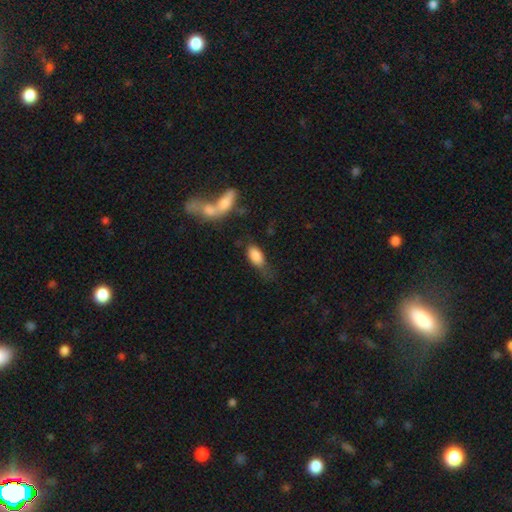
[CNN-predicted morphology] type=smooth (84%); roundness=in between (90%); merging=none (39%).